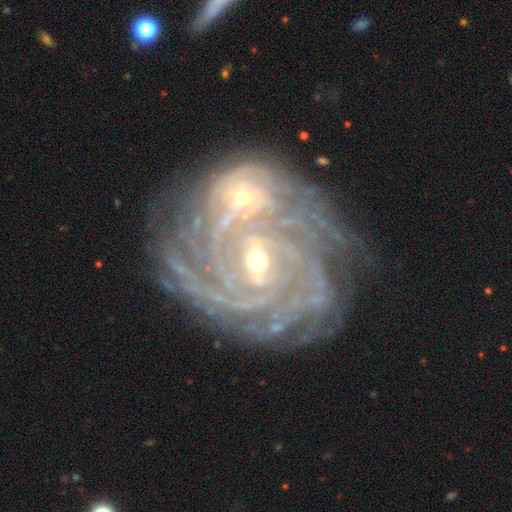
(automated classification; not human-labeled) smooth-or-featured: featured or disk: 90% | star or artifact: 6% | smooth: 4%
  disk-edge-on: no: 97% | yes: 3%
    bar: weak: 46% | no: 28% | strong: 27%
    has-spiral-arms: yes: 97% | no: 3%
      spiral-winding: tight: 78% | medium: 18% | loose: 4%
      spiral-arm-count: can't tell: 24% (tied) | more than 4: 24% (tied) | 4: 22% | 3: 14% | 2: 10% | 1: 7%
    bulge-size: small: 53% | moderate: 42% | large: 2% | none: 1% | dominant: 1%
  merging: none: 41% | merger: 37% | minor disturbance: 14% | major disturbance: 8%